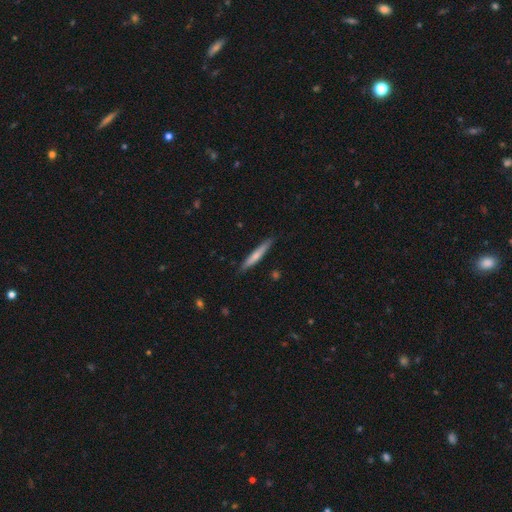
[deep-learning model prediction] This is likely a smooth galaxy (64%). How rounded: clearly cigar-shaped (94%). Merging: clearly none (88%).